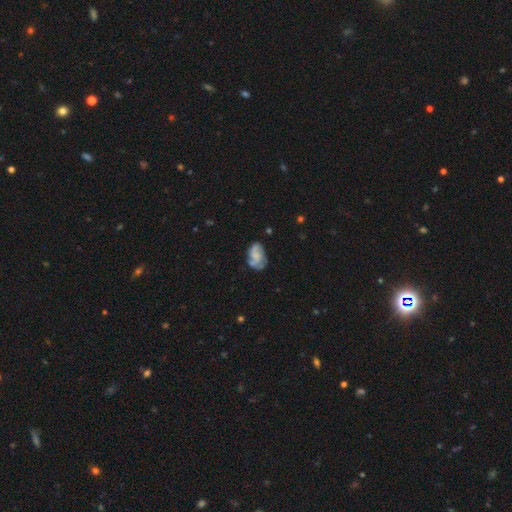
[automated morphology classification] smooth-or-featured: featured or disk: 50% | smooth: 42% | star or artifact: 9%
  merging: none: 54% | minor disturbance: 27% | major disturbance: 14% | merger: 4%